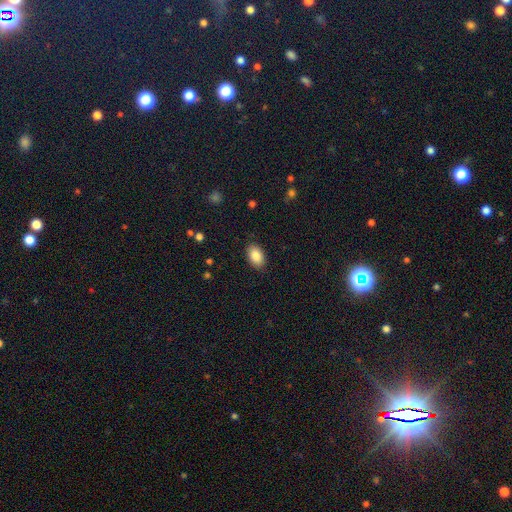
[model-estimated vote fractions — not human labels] Smooth or featured?
  - smooth: 86% *
  - star or artifact: 8%
  - featured or disk: 7%
How rounded?
  - in between: 90% *
  - round: 8%
  - cigar-shaped: 1%
Merging?
  - none: 88% *
  - minor disturbance: 9%
  - major disturbance: 2%
  - merger: 1%